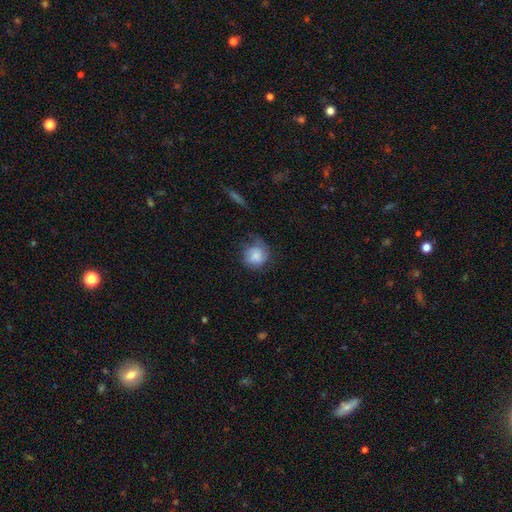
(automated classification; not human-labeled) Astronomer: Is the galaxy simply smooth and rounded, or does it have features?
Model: smooth — 70%.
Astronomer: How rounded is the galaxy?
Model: round — 82%.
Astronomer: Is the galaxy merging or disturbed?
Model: none — 50% (runner-up: minor disturbance, 31%).